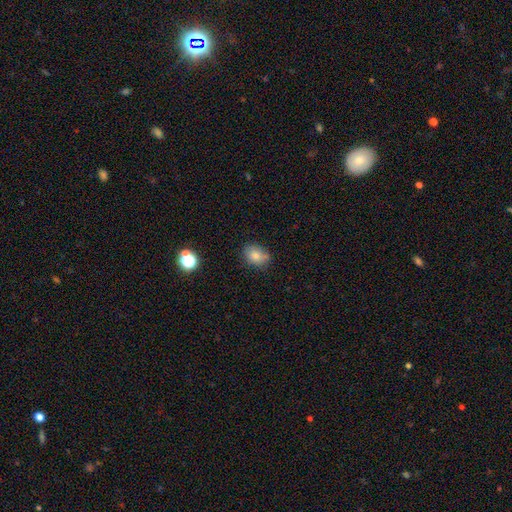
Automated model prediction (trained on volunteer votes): Overall: smooth (78%). How rounded: in between (60%; round 39%). Merging: none (69%).